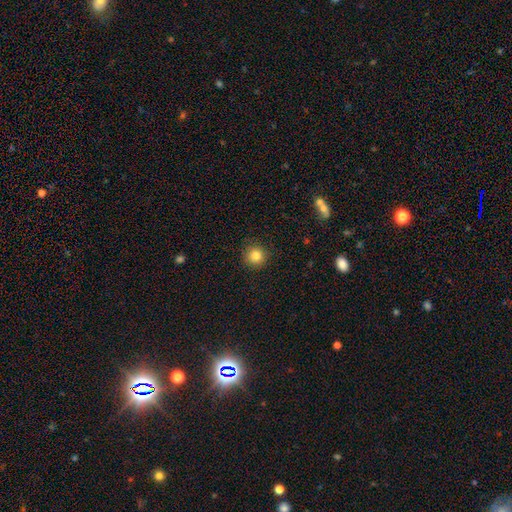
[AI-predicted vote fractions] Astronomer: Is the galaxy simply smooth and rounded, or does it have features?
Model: smooth — 83%.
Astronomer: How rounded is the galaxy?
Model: round — 94%.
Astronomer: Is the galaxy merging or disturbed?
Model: none — 90%.